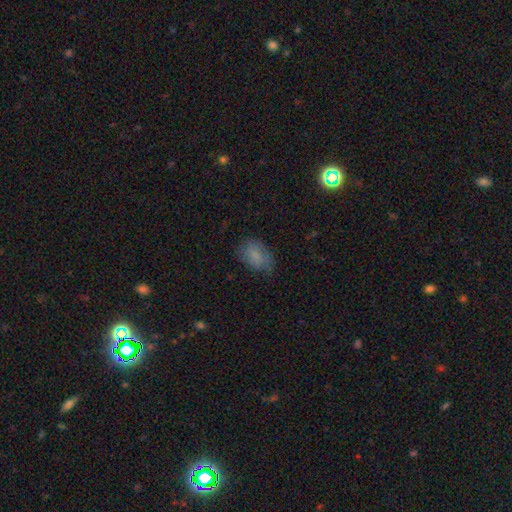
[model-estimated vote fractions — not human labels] Smooth or featured? Predicted: smooth (p=0.77). How rounded? Predicted: in between (p=0.84). Merging? Predicted: none (p=0.61).